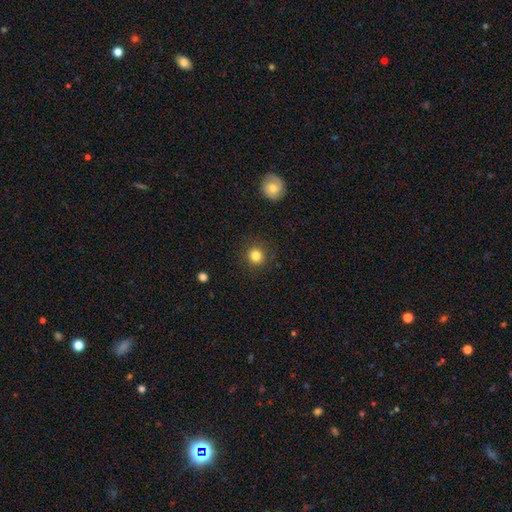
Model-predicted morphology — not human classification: This appears to be a smooth galaxy with no disk features (82%) that is round (93%). Merging: none (90%).